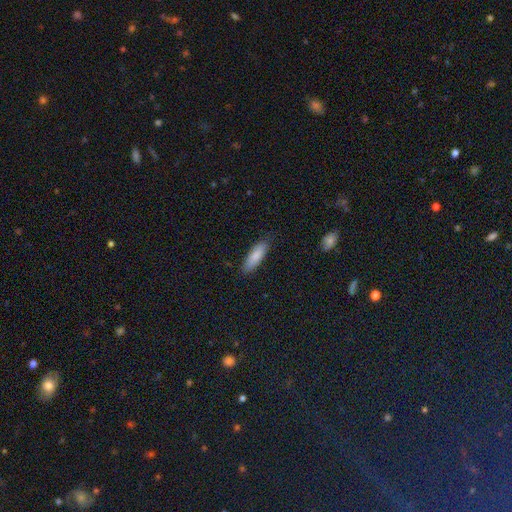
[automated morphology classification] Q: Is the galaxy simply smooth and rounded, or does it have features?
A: smooth — 84%.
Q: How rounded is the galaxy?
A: in between — 53%.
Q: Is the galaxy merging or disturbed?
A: none — 83%.